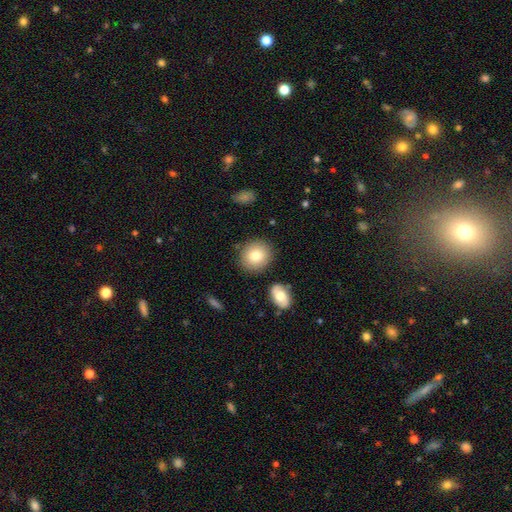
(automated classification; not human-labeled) This is clearly a smooth galaxy (81%). How rounded: clearly round (82%). Merging: clearly none (84%).